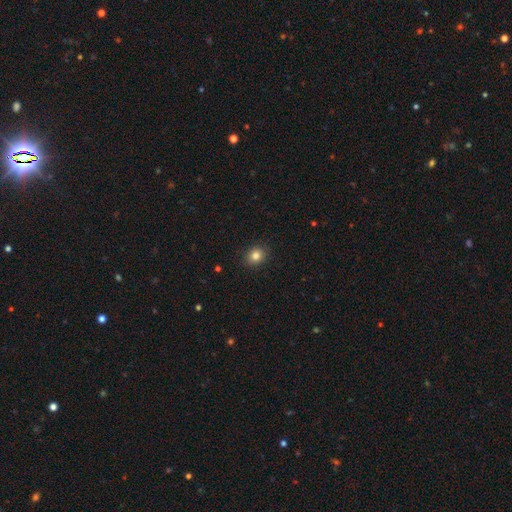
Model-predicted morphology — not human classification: Smooth or featured? smooth (83%)
How rounded? round (69%)
Merging? none (90%)